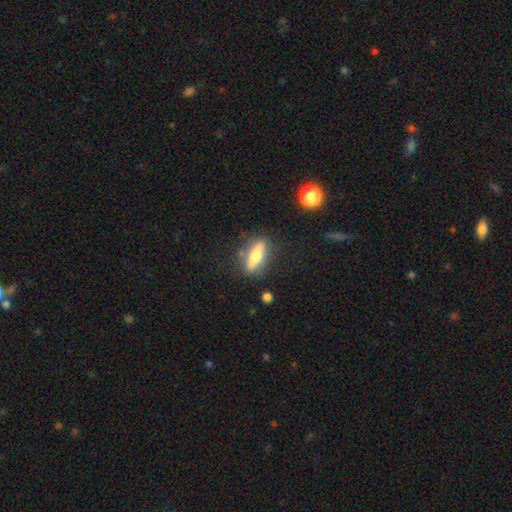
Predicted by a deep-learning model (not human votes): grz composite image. It shows a smooth galaxy with no disk features (49%). Merging: none (84%).